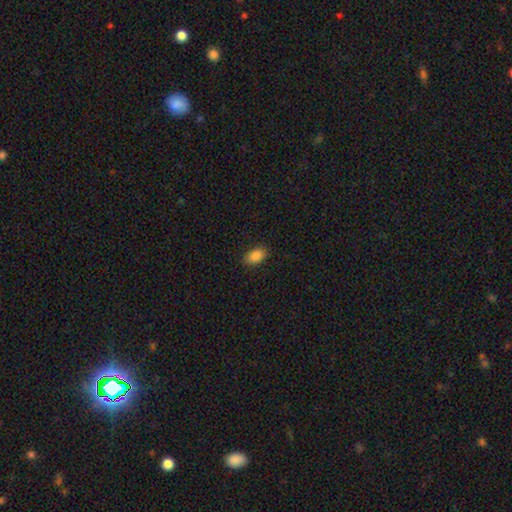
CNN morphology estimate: smooth-or-featured: smooth: 87% | star or artifact: 8% | featured or disk: 4%
  how-rounded: in between: 92% | round: 6% | cigar-shaped: 2%
  merging: none: 87% | minor disturbance: 10% | major disturbance: 2% | merger: 1%